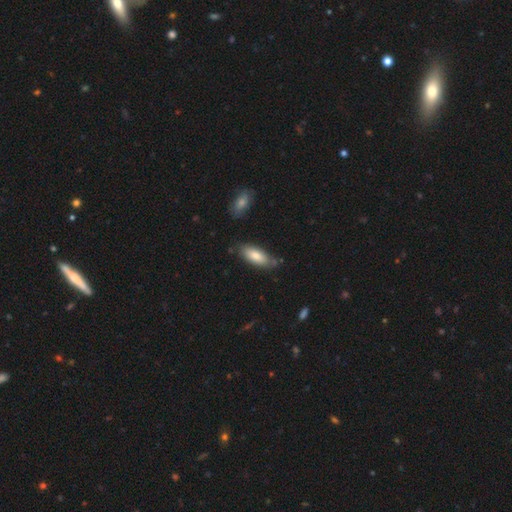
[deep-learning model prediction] This is clearly a smooth galaxy (81%). How rounded: likely in between (76%). Merging: likely none (74%).